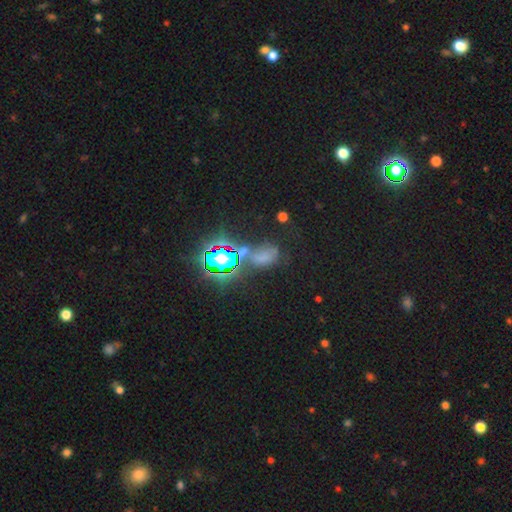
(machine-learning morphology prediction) A star or artifact, not a galaxy (72%).

Vote fractions:
- Smooth or featured? star or artifact: 72% / smooth: 19% / featured or disk: 9%